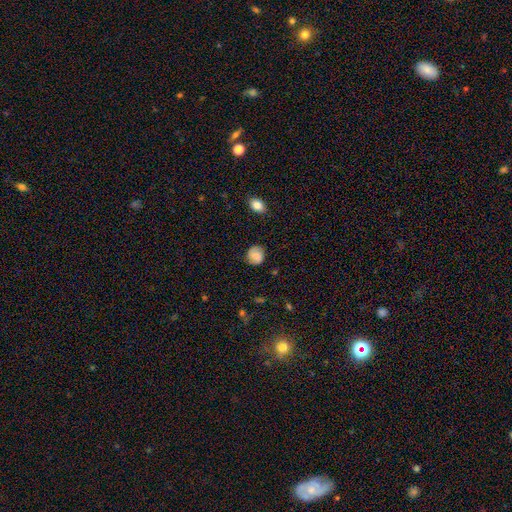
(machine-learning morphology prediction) This appears to be a smooth galaxy with no disk features (63%) that is round (79%). Merging: none (80%).